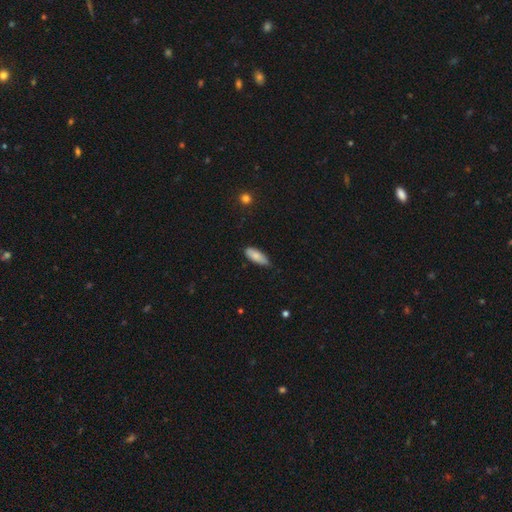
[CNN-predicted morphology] Smooth or featured?
  - smooth: 82% *
  - featured or disk: 12%
  - star or artifact: 6%
How rounded?
  - in between: 75% *
  - cigar-shaped: 23%
  - round: 2%
Merging?
  - none: 72% *
  - minor disturbance: 24%
  - major disturbance: 3%
  - merger: 1%